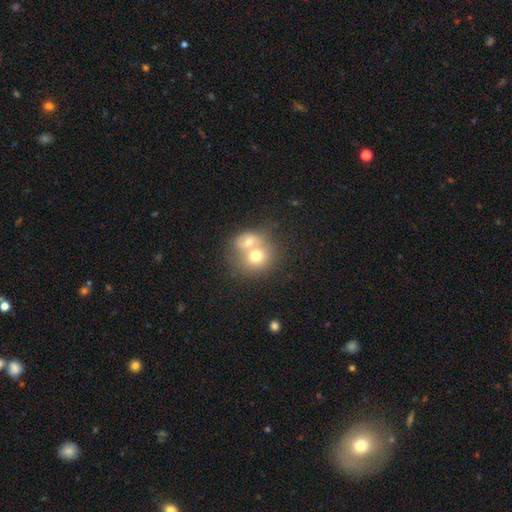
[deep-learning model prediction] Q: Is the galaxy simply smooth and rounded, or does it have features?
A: smooth — 66%.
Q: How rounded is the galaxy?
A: round — 72%.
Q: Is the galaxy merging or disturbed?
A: merger — 69%.